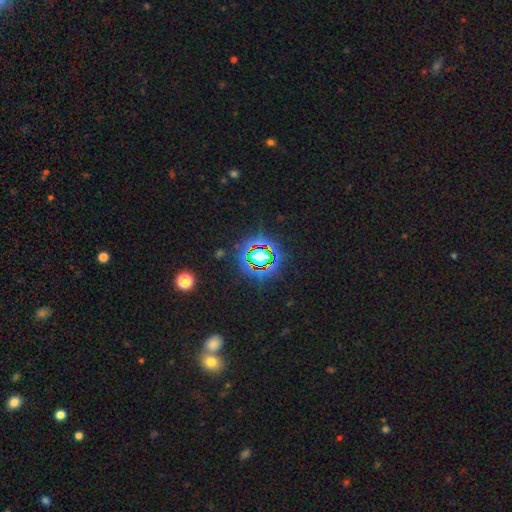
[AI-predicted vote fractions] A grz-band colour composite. It shows a star or artifact, not a galaxy (75%).